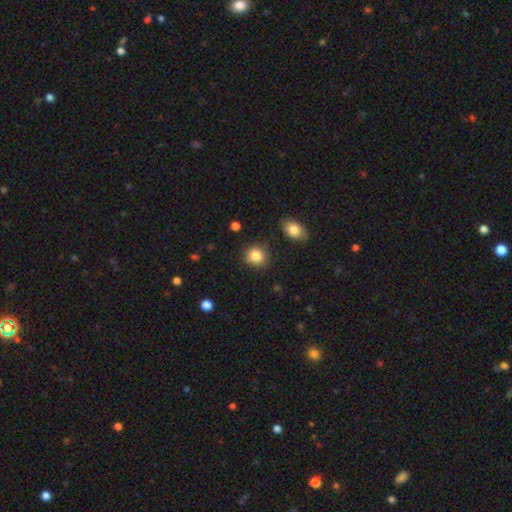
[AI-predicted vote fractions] Smooth or featured: smooth — 85% (star or artifact — 9%)
How rounded: round — 83% (in between — 16%)
Merging: none — 83% (minor disturbance — 12%)